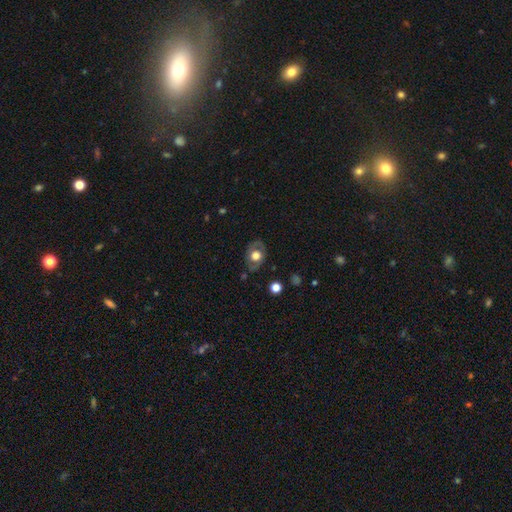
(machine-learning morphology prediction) type=smooth (50%); merging=none (75%).